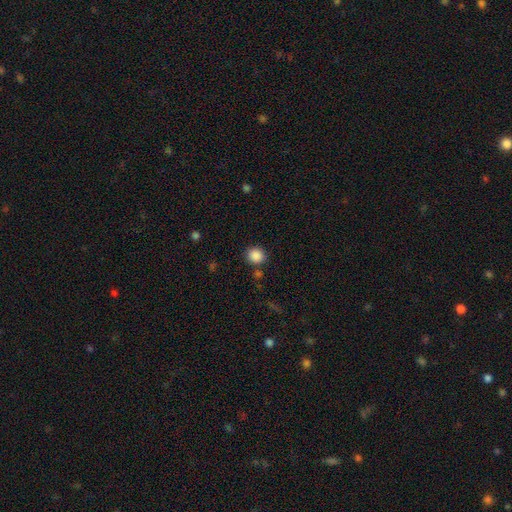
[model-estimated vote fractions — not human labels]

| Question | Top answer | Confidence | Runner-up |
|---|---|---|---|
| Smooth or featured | smooth | 87% | star or artifact (9%) |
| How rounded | round | 81% | in between (18%) |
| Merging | none | 82% | minor disturbance (9%) |